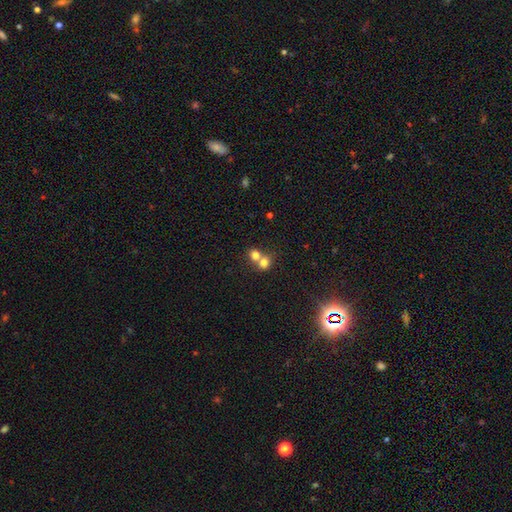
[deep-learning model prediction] smooth_or_featured: smooth (p=0.75) [alt: star or artifact p=0.12]
how_rounded: round (p=0.74) [alt: in between p=0.25]
merging: merger (p=0.63) [alt: none p=0.30]